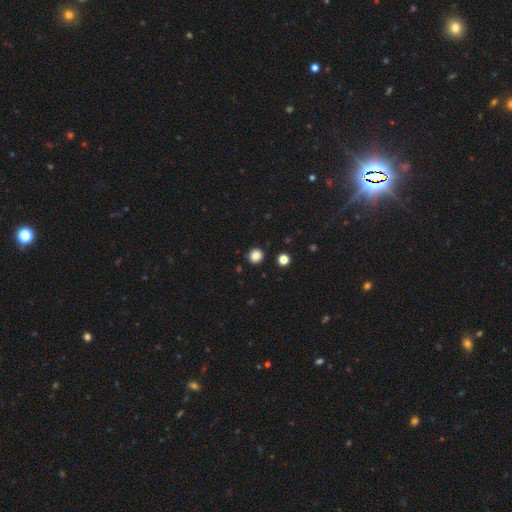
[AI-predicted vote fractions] smooth 86%, star or artifact 11%, featured or disk 3%. Down the decision tree: how rounded — round (87%); merging — none (89%).